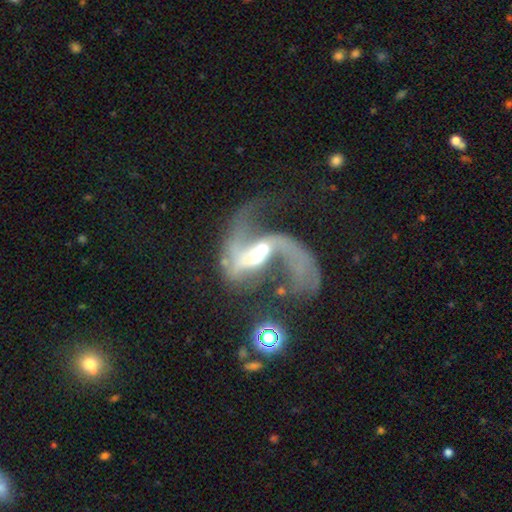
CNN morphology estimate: type=featured or disk (75%); edge-on=no (96%); bar=no (54%); spiral arms=yes (79%); winding=loose (79%); arm count=2 (60%); bulge=moderate (56%); merging=merger (62%).